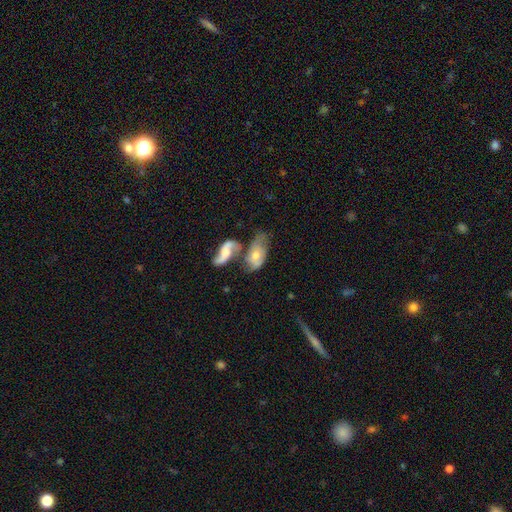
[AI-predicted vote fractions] Smooth or featured?
  - featured or disk: 56% *
  - smooth: 37%
  - star or artifact: 7%
Edge-on disk?
  - no: 91% *
  - yes: 9%
Bar?
  - no: 65% *
  - weak: 28%
  - strong: 7%
Spiral arms?
  - yes: 74% *
  - no: 26%
Bulge size?
  - moderate: 56% *
  - small: 32%
  - large: 7%
  - none: 4%
  - dominant: 1%
Merging?
  - merger: 54% *
  - none: 21%
  - minor disturbance: 14%
  - major disturbance: 11%